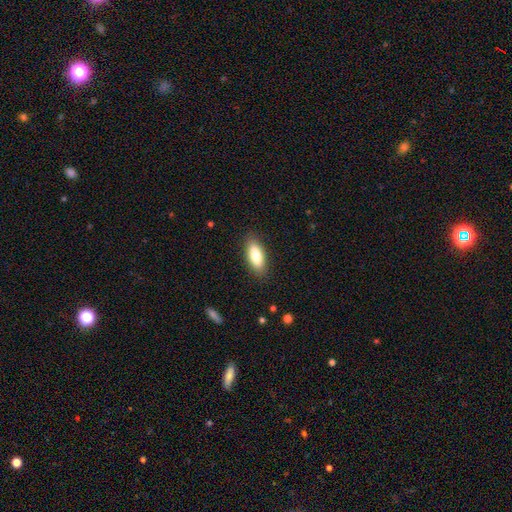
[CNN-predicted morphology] Overall: smooth (83%). How rounded: in between (75%). Merging: none (87%).